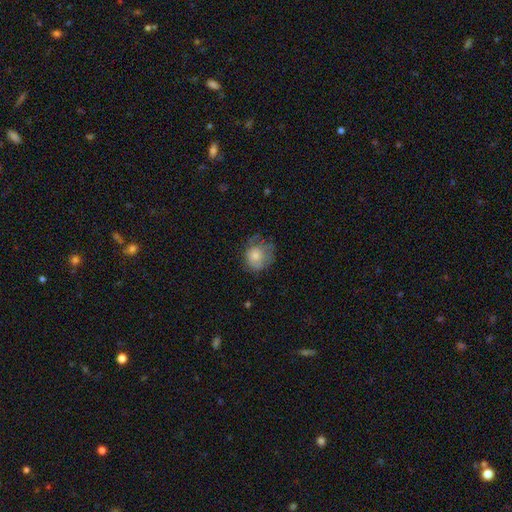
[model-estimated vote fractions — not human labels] This appears to be a smooth galaxy with no disk features (73%) that is round (76%). Merging: none (47%).